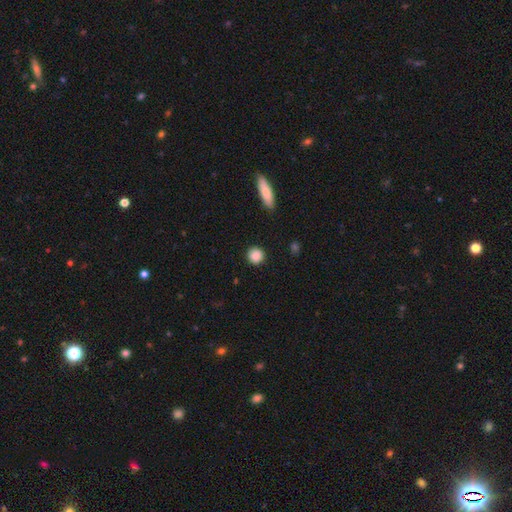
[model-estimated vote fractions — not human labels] A smooth galaxy with no disk features (88%) that is round (92%). Merging: none (91%).